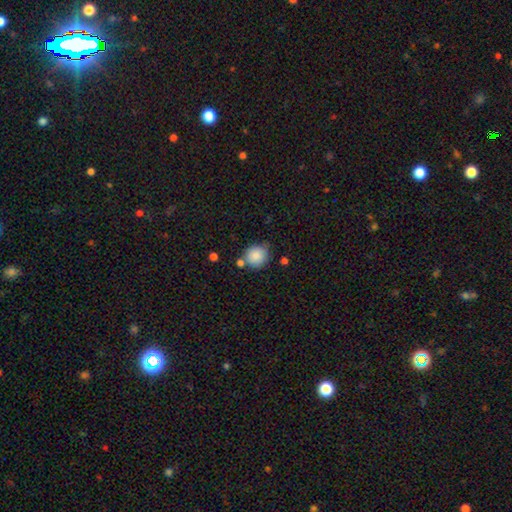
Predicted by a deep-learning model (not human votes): This is clearly a smooth galaxy (86%). How rounded: clearly round (86%). Merging: likely none (66%).